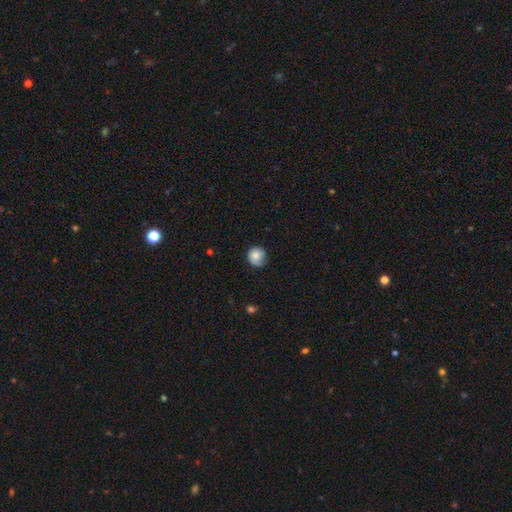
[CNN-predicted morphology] The model was most divided on "merging": none: 62%, minor disturbance: 28%, major disturbance: 8%, merger: 2%. More confident: how rounded — round (87%); smooth or featured — smooth (76%).